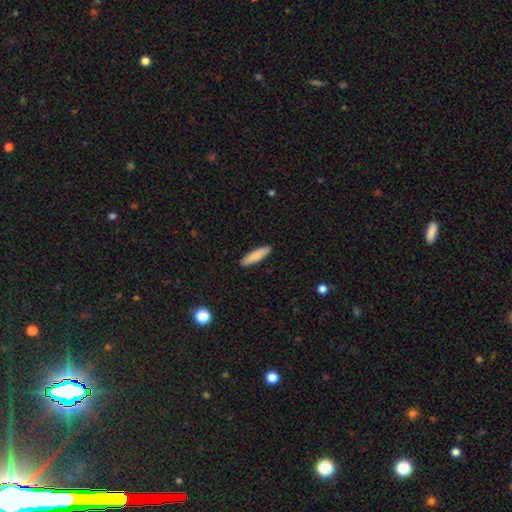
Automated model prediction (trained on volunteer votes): Q: Smooth or featured?
A: smooth (83%); runner-up: featured or disk (12%)
Q: How rounded?
A: cigar-shaped (76%); runner-up: in between (22%)
Q: Merging?
A: none (91%); runner-up: minor disturbance (7%)